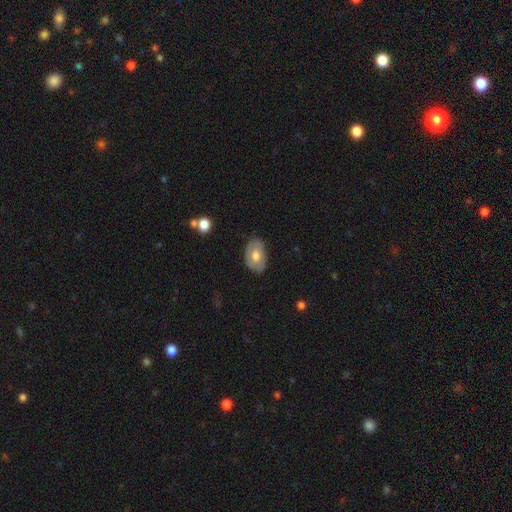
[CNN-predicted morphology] A smooth galaxy with no disk features (59%) that is in between round and cigar-shaped (89%). Merging: none (75%).